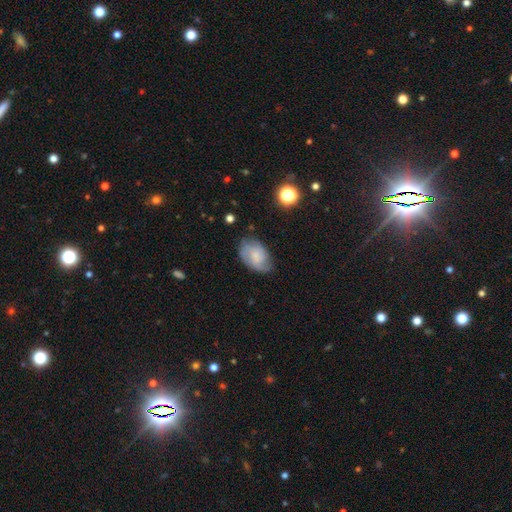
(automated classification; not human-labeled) smooth-or-featured: smooth: 57% | featured or disk: 35% | star or artifact: 8%
  how-rounded: in between: 85% | round: 13% | cigar-shaped: 1%
  merging: none: 64% | minor disturbance: 27% | major disturbance: 7% | merger: 2%